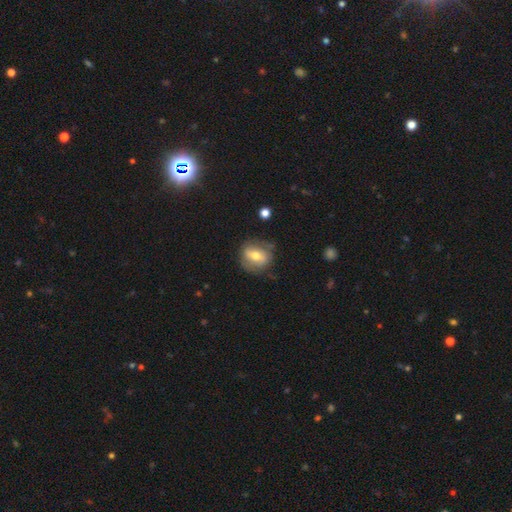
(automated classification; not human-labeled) smooth 54%, featured or disk 38%, star or artifact 8%. Down the decision tree: how rounded — round (61%); merging — none (69%).